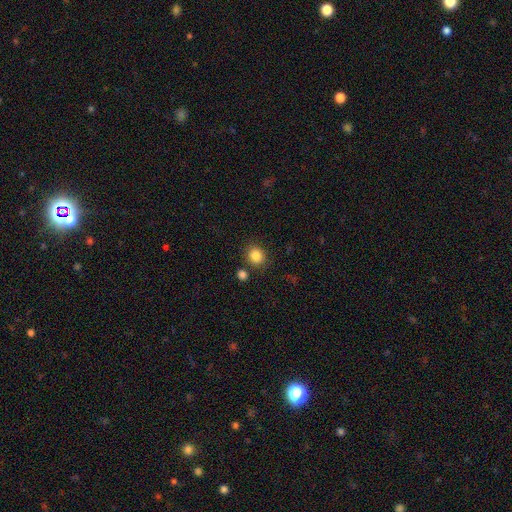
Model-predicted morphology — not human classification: type=smooth (86%); roundness=round (80%); merging=none (81%).